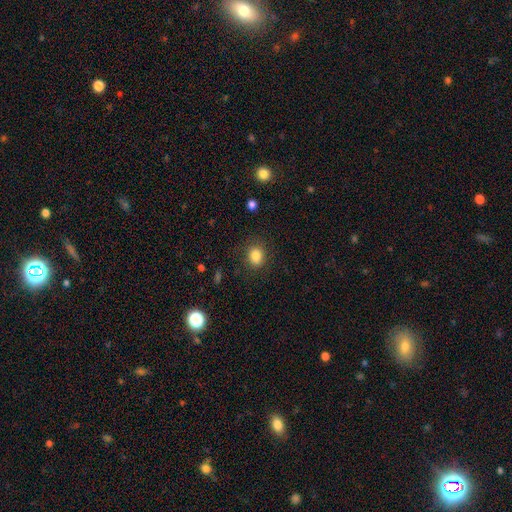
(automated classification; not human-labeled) Morphology: type=smooth (84%); roundness=round (56%); merging=none (82%).